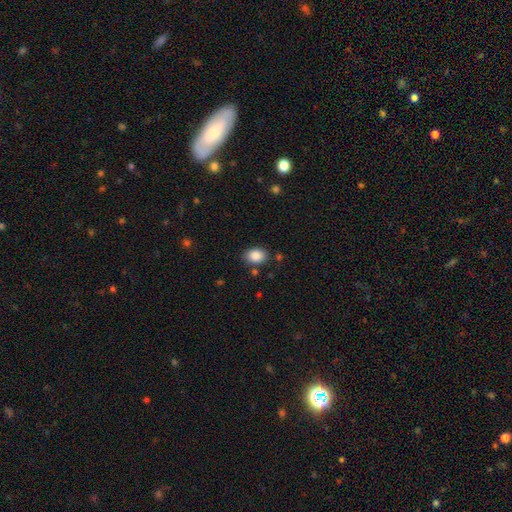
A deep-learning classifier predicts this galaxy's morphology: A smooth galaxy with no disk features (87%) that is in between round and cigar-shaped (72%).

Vote fractions:
- Smooth or featured? smooth: 87% / star or artifact: 8% / featured or disk: 5%
- How rounded? in between: 72% / round: 27% / cigar-shaped: 1%
- Merging? none: 82% / minor disturbance: 12% / merger: 4% / major disturbance: 3%